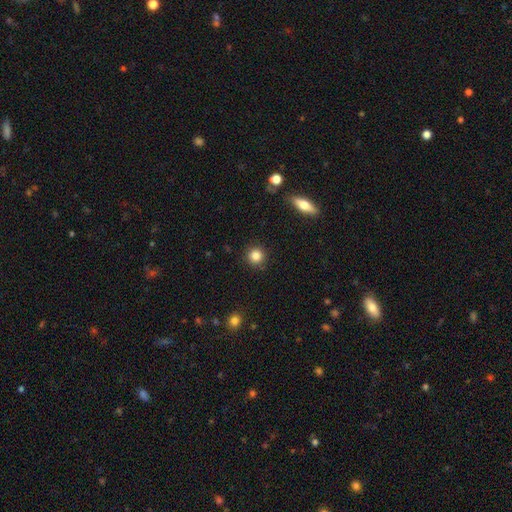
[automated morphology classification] type=smooth (85%); roundness=round (94%); merging=none (91%).